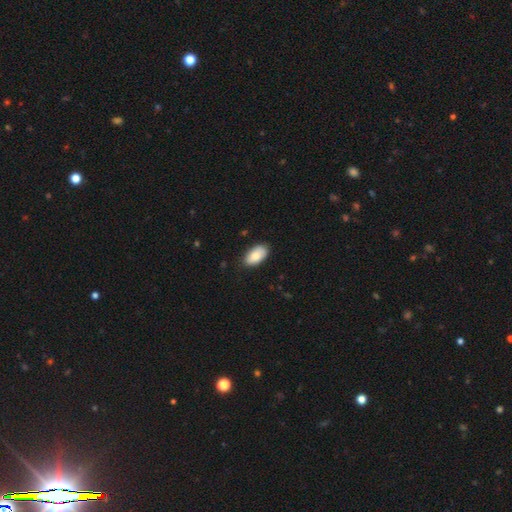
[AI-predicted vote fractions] Smooth or featured?
  - smooth: 81% *
  - featured or disk: 13%
  - star or artifact: 6%
How rounded?
  - in between: 95% *
  - round: 3%
  - cigar-shaped: 2%
Merging?
  - none: 84% *
  - minor disturbance: 13%
  - major disturbance: 2%
  - merger: 1%